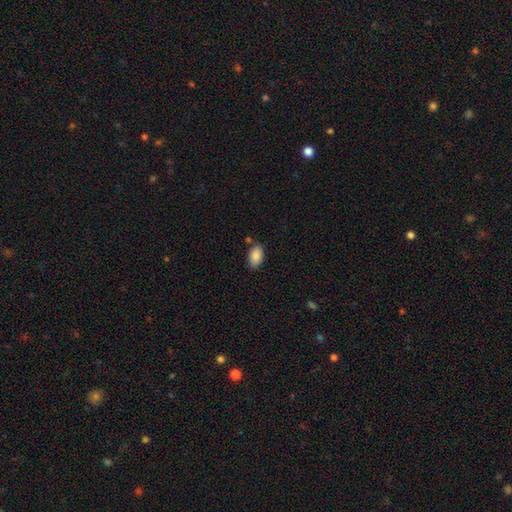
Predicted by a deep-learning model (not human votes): The model was most divided on "merging": none: 78%, minor disturbance: 14%, merger: 5%, major disturbance: 3%. More confident: how rounded — in between (93%); smooth or featured — smooth (87%).